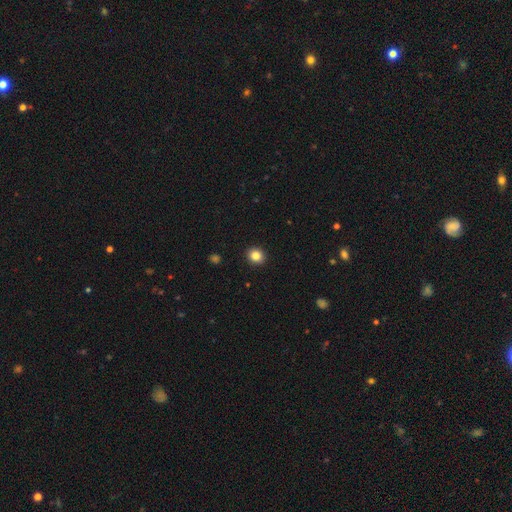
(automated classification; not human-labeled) Smooth or featured? smooth (84%)
How rounded? round (79%)
Merging? none (92%)